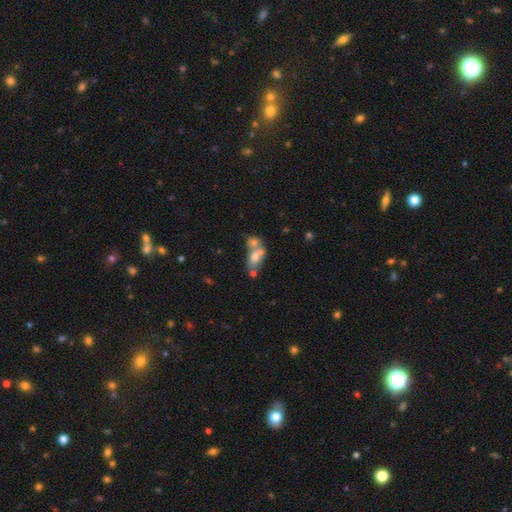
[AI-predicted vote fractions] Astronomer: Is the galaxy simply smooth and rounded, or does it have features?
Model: smooth — 61%.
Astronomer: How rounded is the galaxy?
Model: in between — 74%.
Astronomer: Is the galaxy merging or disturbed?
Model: merger — 61%.